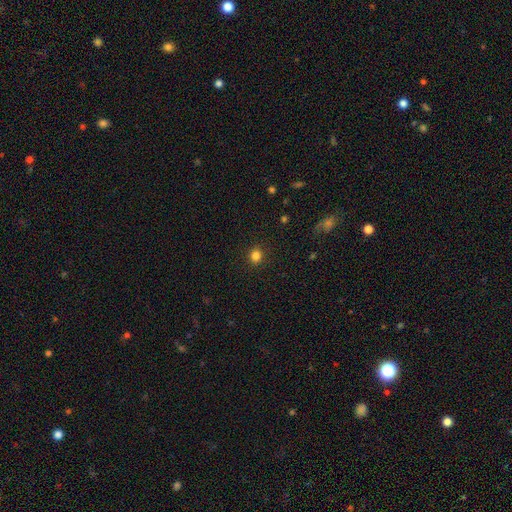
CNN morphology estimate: smooth_or_featured: smooth (p=0.82) [alt: star or artifact p=0.13]
how_rounded: round (p=0.86) [alt: in between p=0.13]
merging: none (p=0.91) [alt: minor disturbance p=0.06]